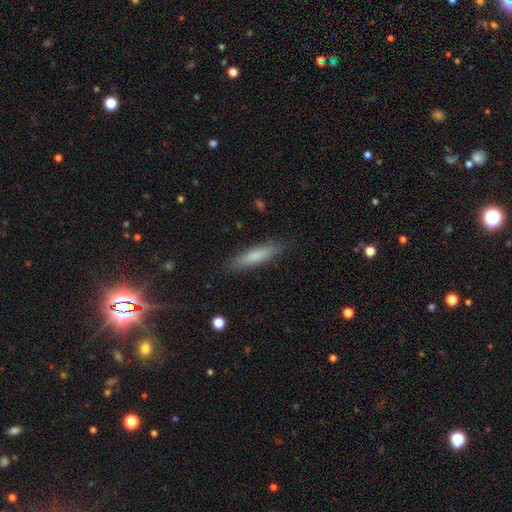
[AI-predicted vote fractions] The model was most divided on "how rounded": cigar-shaped: 79%, in between: 20%, round: 1%. More confident: merging — none (86%); smooth or featured — smooth (76%).